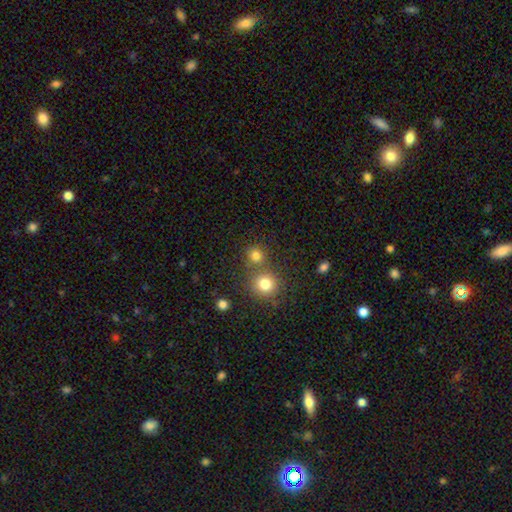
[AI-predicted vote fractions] Smooth or featured?
  - smooth: 79% *
  - star or artifact: 14%
  - featured or disk: 6%
How rounded?
  - round: 89% *
  - in between: 10%
  - cigar-shaped: 1%
Merging?
  - none: 65% *
  - merger: 25%
  - minor disturbance: 7%
  - major disturbance: 3%